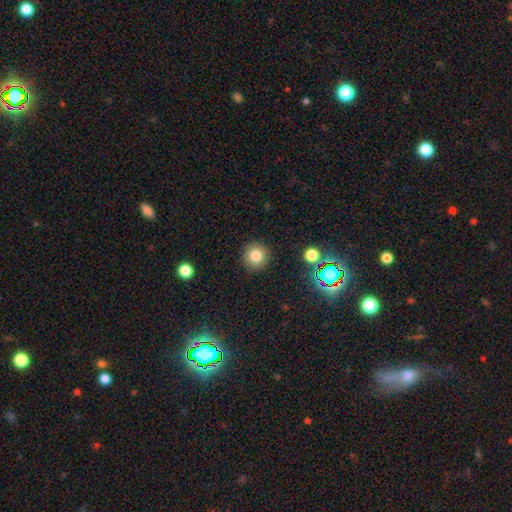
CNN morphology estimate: Smooth or featured: smooth — 79% (star or artifact — 13%)
How rounded: round — 94% (in between — 5%)
Merging: none — 90% (minor disturbance — 6%)